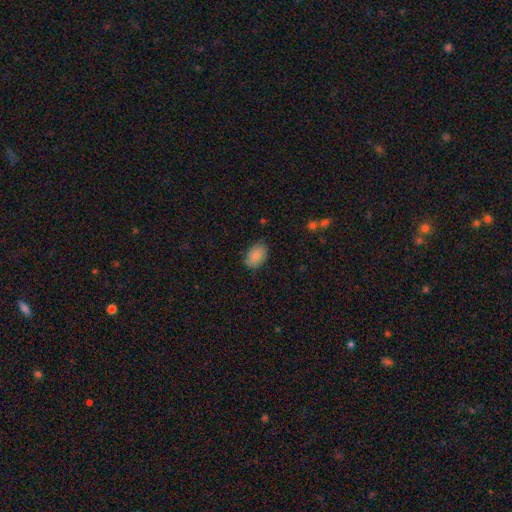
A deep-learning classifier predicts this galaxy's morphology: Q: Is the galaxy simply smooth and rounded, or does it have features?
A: smooth — 87%.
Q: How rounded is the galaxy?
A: in between — 87%.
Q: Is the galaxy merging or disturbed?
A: none — 80%.